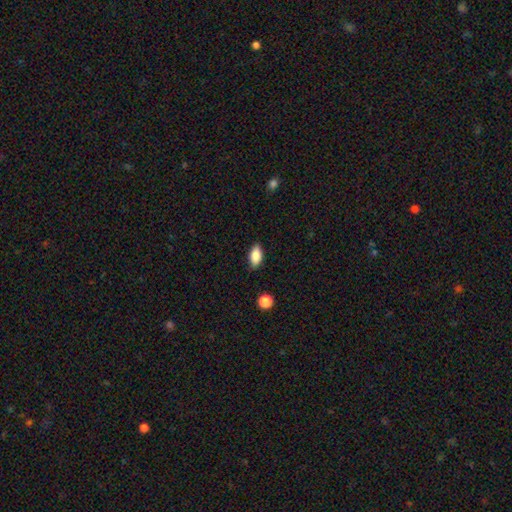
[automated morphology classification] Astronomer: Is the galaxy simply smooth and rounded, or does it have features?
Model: smooth — 85%.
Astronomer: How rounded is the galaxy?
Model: in between — 89%.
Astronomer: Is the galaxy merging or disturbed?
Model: none — 85%.